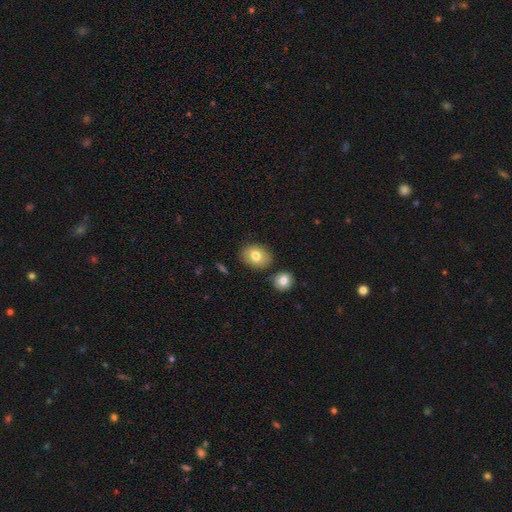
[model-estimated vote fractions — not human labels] Morphology: type=smooth (78%); roundness=in between (60%); merging=none (79%).